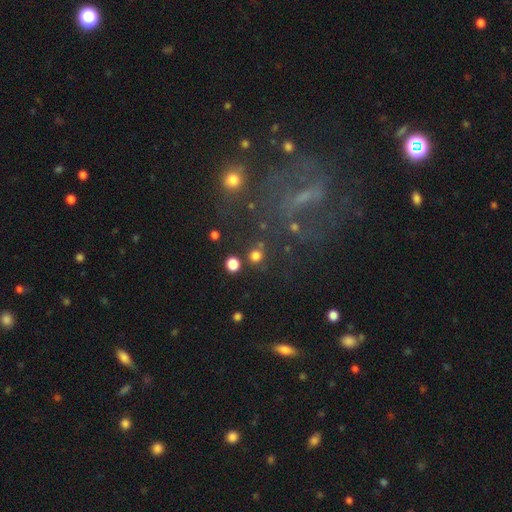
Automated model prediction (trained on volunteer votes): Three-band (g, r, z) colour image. It shows a smooth galaxy with no disk features (78%) that is round (92%). Merging: none (82%).